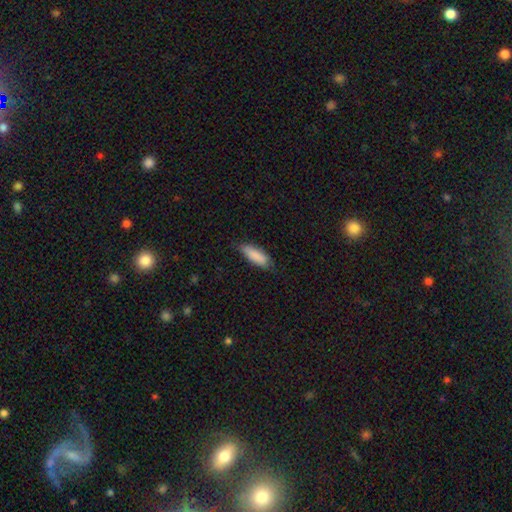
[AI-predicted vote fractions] Smooth or featured: smooth — 86% (featured or disk — 8%)
How rounded: in between — 58% (cigar-shaped — 41%)
Merging: none — 71% (minor disturbance — 24%)